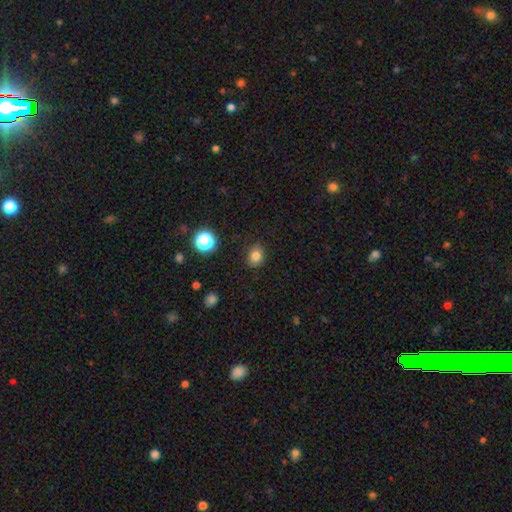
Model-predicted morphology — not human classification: Smooth or featured? smooth (80%)
How rounded? round (54%)
Merging? none (84%)